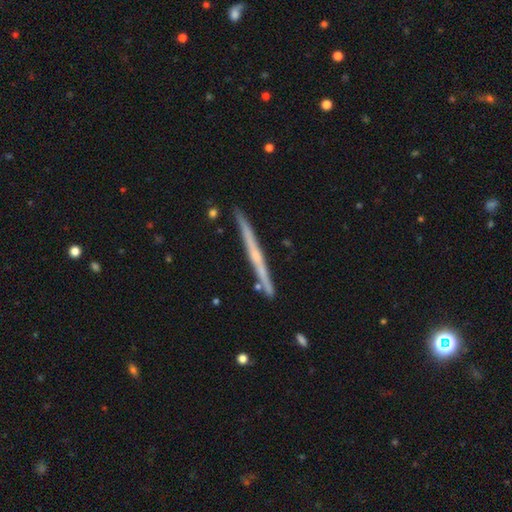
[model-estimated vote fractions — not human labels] A featured or disk galaxy (69%) viewed edge-on (98%) with no central bulge (61%).

Vote fractions:
- Smooth or featured? featured or disk: 69% / smooth: 25% / star or artifact: 5%
- Edge-on disk? yes: 98% / no: 2%
- Edge-on bulge? none: 61% / rounded: 34% / boxy: 5%
- Merging? none: 89% / minor disturbance: 8% / merger: 2% / major disturbance: 1%